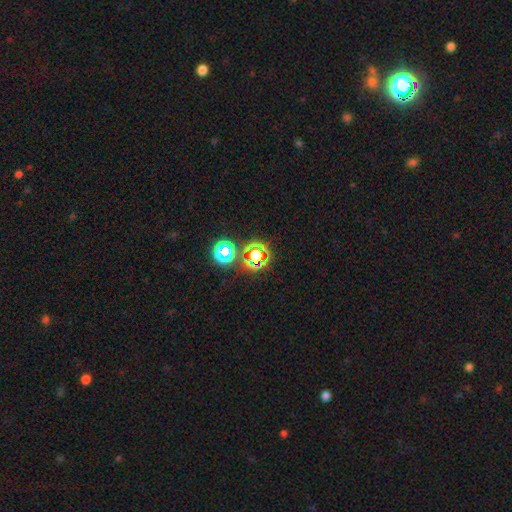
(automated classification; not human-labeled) Smooth or featured? Predicted: star or artifact (p=0.62).